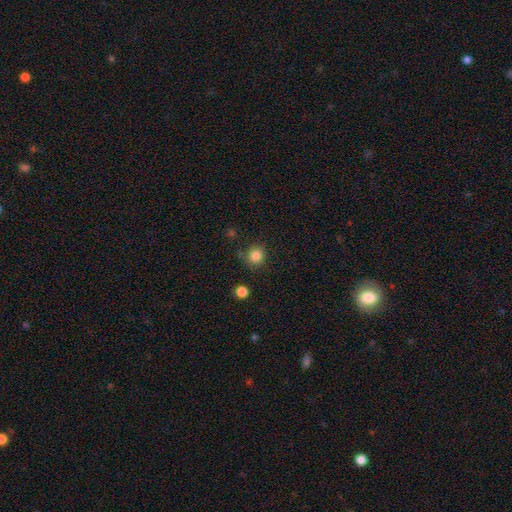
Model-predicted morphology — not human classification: type=smooth (84%); roundness=round (92%); merging=none (83%).